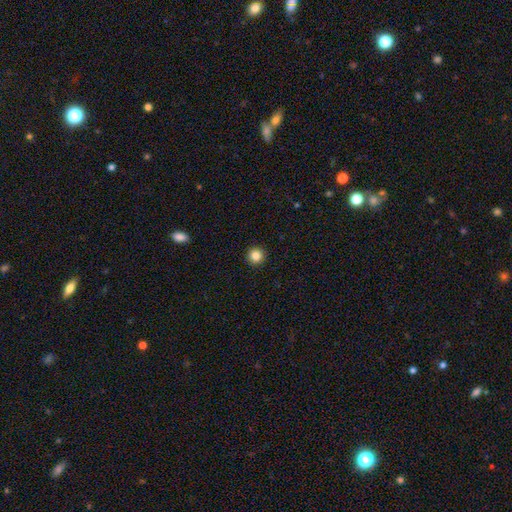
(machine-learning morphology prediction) Smooth or featured: smooth — 85% (star or artifact — 11%)
How rounded: round — 96% (in between — 3%)
Merging: none — 93% (minor disturbance — 4%)